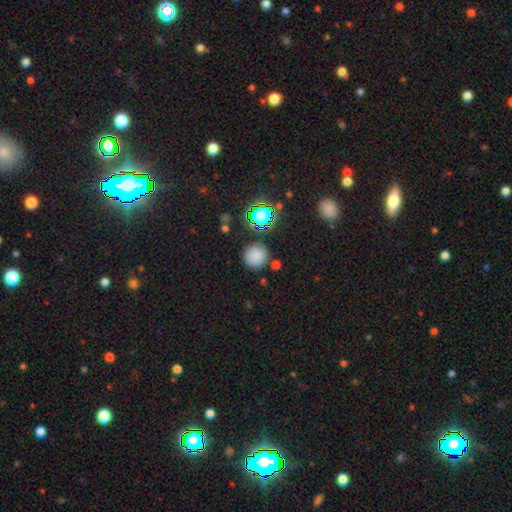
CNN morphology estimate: Smooth or featured?
  - smooth: 77% *
  - star or artifact: 17%
  - featured or disk: 6%
How rounded?
  - round: 94% *
  - in between: 5%
  - cigar-shaped: 1%
Merging?
  - none: 82% *
  - minor disturbance: 9%
  - merger: 6%
  - major disturbance: 3%